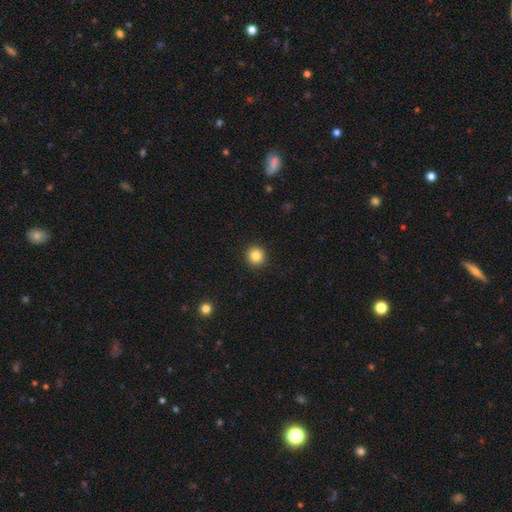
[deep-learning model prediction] A smooth galaxy with no disk features (84%) that is round (95%). Merging: none (93%).